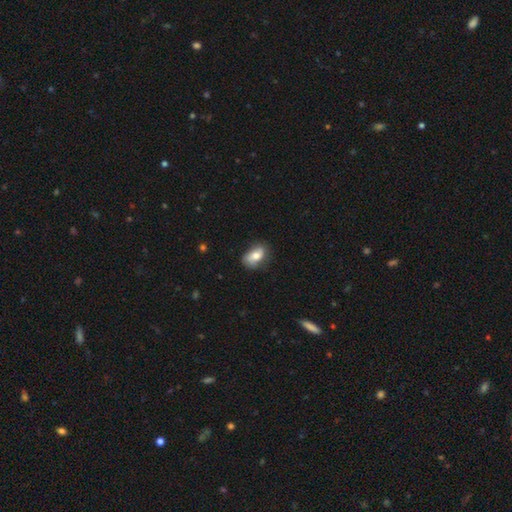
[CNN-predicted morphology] smooth-or-featured: smooth: 69% | featured or disk: 23% | star or artifact: 8%
  how-rounded: in between: 87% | round: 10% | cigar-shaped: 2%
  merging: none: 64% | minor disturbance: 27% | major disturbance: 7% | merger: 2%